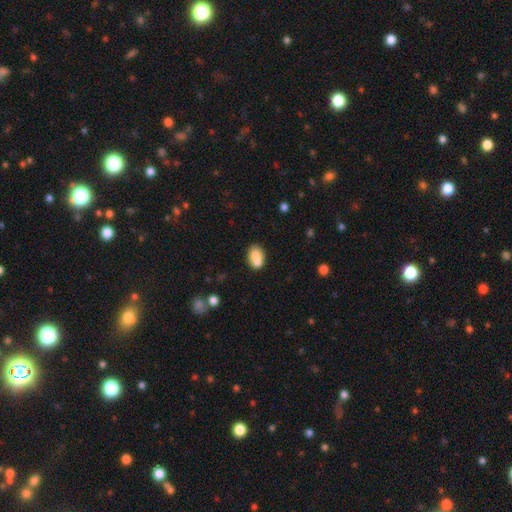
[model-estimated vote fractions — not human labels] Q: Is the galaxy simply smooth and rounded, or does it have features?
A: smooth — 76%.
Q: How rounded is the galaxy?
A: in between — 76%.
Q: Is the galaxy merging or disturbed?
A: none — 43%.